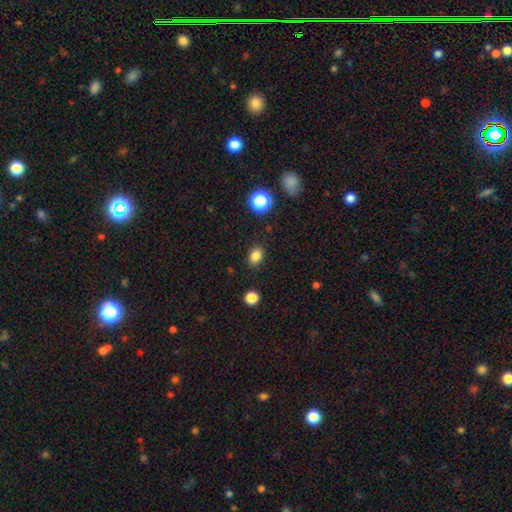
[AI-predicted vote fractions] Smooth or featured?
  - smooth: 84% *
  - star or artifact: 12%
  - featured or disk: 4%
How rounded?
  - in between: 68% *
  - round: 31%
  - cigar-shaped: 1%
Merging?
  - none: 86% *
  - minor disturbance: 10%
  - major disturbance: 3%
  - merger: 1%